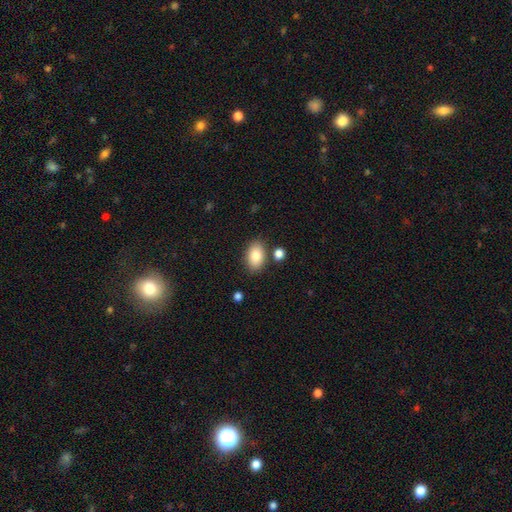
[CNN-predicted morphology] This appears to be a smooth galaxy with no disk features (85%) that is in between round and cigar-shaped (89%). Merging: none (79%).